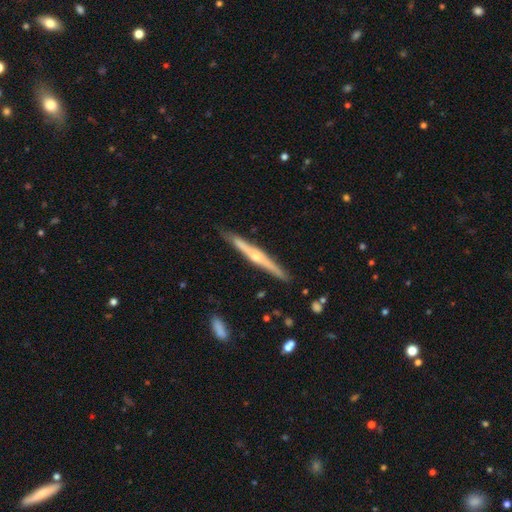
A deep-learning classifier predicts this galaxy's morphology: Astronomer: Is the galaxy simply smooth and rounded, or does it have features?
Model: featured or disk — 75%.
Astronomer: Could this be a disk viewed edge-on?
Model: yes — 97%.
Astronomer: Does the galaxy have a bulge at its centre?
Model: rounded — 84%.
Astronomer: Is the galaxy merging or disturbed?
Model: none — 88%.